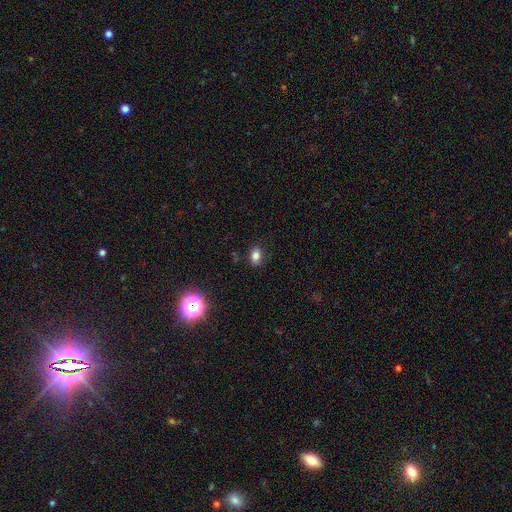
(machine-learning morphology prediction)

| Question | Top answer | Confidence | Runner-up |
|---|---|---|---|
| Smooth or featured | smooth | 80% | star or artifact (12%) |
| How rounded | in between | 76% | round (22%) |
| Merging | none | 84% | minor disturbance (11%) |